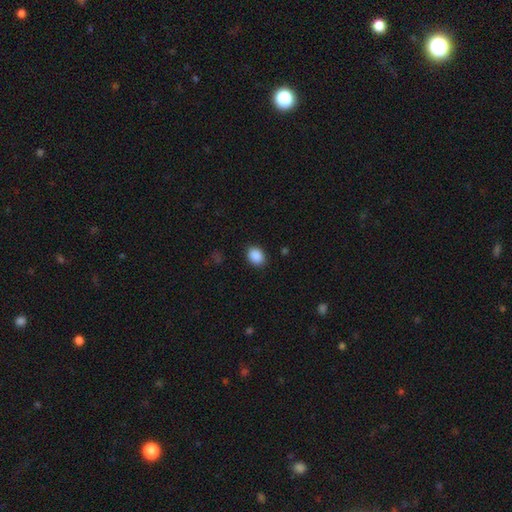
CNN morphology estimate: Q: Smooth or featured?
A: smooth (89%); runner-up: star or artifact (8%)
Q: How rounded?
A: in between (60%); runner-up: round (39%)
Q: Merging?
A: none (88%); runner-up: minor disturbance (8%)